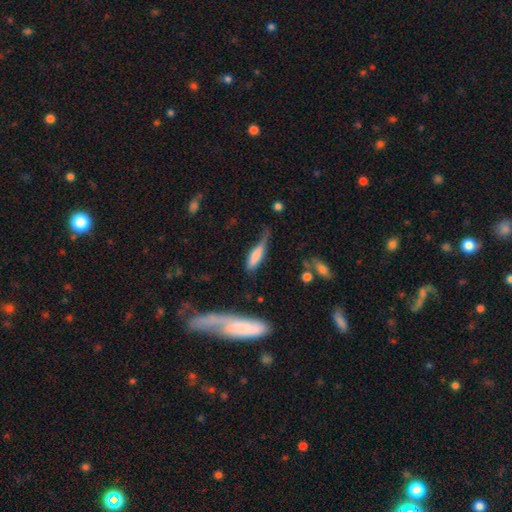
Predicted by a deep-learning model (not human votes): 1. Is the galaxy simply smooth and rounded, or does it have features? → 69% smooth, 24% featured or disk, 7% star or artifact.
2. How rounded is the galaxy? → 63% cigar-shaped, 35% in between, 2% round.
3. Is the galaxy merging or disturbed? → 38% none (tied), 38% minor disturbance (tied), 19% major disturbance, 5% merger.